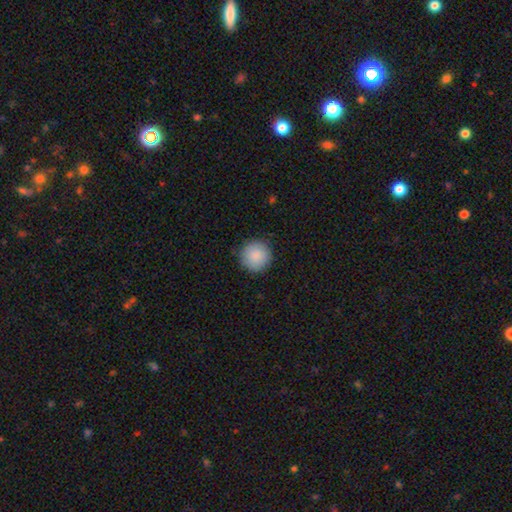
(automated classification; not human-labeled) Smooth or featured?
  - smooth: 89% *
  - star or artifact: 7%
  - featured or disk: 4%
How rounded?
  - round: 96% *
  - in between: 3%
  - cigar-shaped: 1%
Merging?
  - none: 89% *
  - minor disturbance: 8%
  - major disturbance: 2%
  - merger: 1%